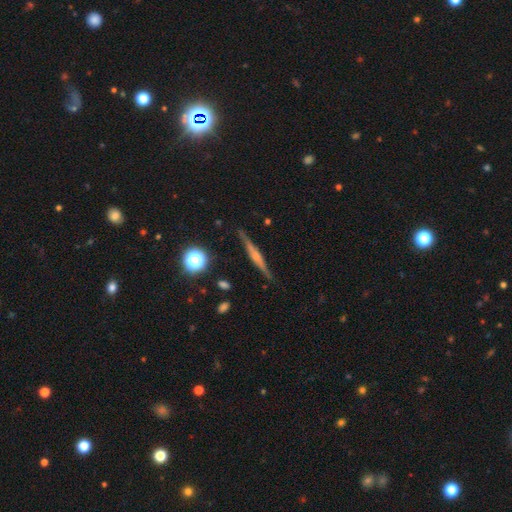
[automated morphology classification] A featured or disk galaxy (68%) viewed edge-on (98%) with a rounded central bulge (55%). Merging: none (89%).